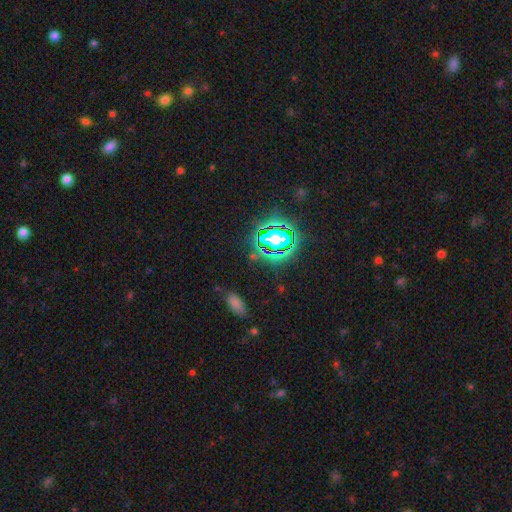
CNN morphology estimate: smooth-or-featured: star or artifact: 70% | smooth: 21% | featured or disk: 9%